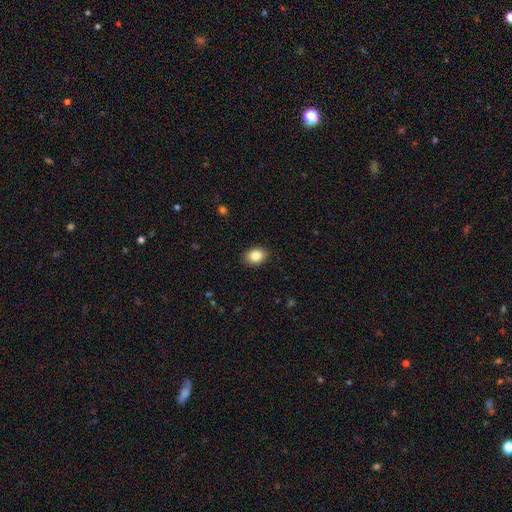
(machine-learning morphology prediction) The model was most divided on "how rounded": in between: 63%, round: 37%, cigar-shaped: 1%. More confident: merging — none (90%); smooth or featured — smooth (85%).